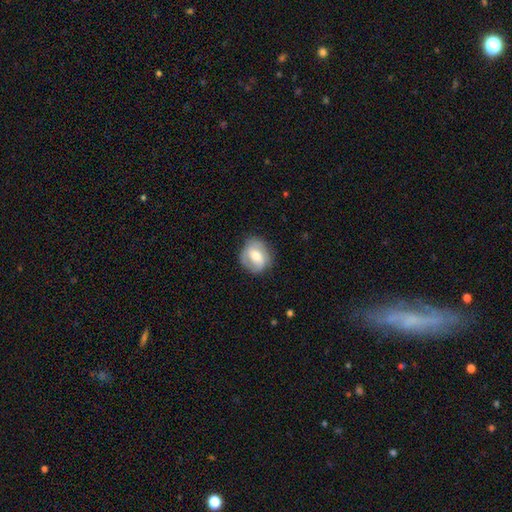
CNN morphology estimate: This is possibly a smooth galaxy (48%). Merging: likely none (73%).